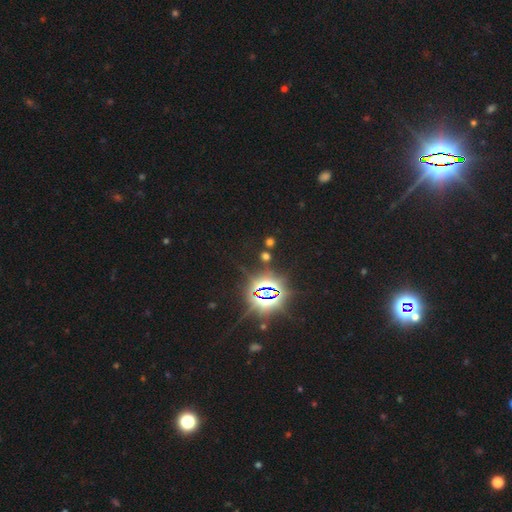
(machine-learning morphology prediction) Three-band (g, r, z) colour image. It shows a star or artifact, not a galaxy (86%).